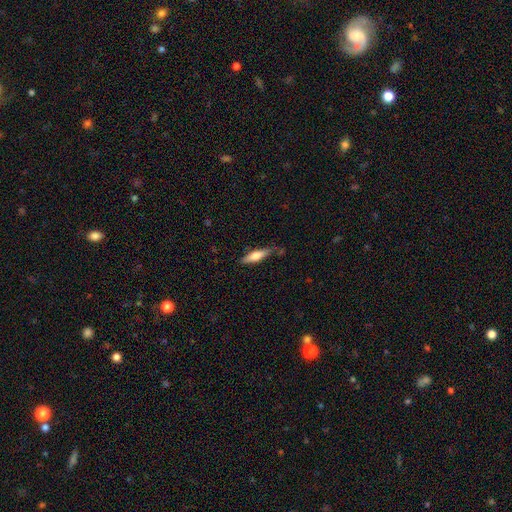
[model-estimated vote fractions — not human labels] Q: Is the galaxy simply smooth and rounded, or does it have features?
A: smooth — 58%.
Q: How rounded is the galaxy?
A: cigar-shaped — 68%.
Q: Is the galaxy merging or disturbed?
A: none — 71%.